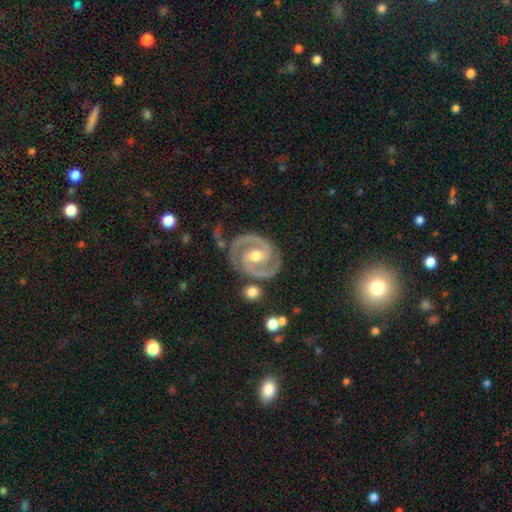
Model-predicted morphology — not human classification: Overall: featured or disk (92%). Edge-on disk: no (98%). Bar: weak (39%; strong 31%). Spiral arms: yes (98%). Spiral arm count: 2 (94%). Spiral winding: tight (55%; medium 41%). Bulge size: moderate (68%). Merging: none (82%).